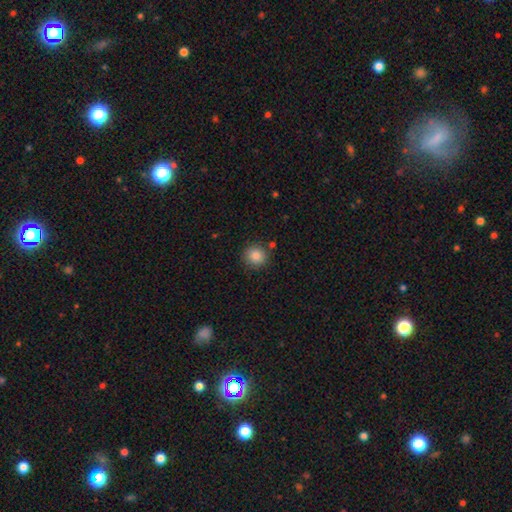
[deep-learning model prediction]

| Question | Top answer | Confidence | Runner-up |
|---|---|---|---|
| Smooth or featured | smooth | 86% | star or artifact (10%) |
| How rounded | round | 89% | in between (10%) |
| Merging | none | 85% | minor disturbance (9%) |